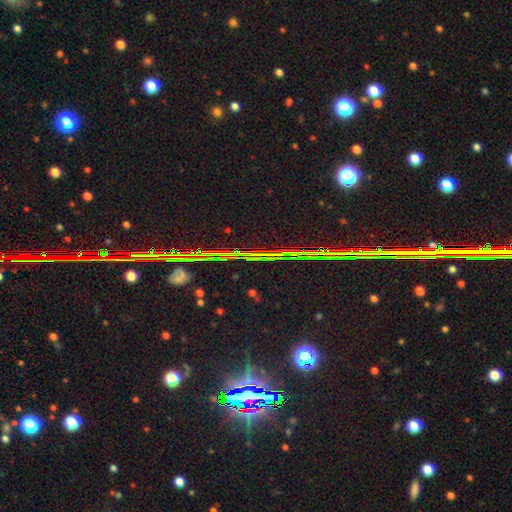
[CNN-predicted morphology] Overall: star or artifact (82%).